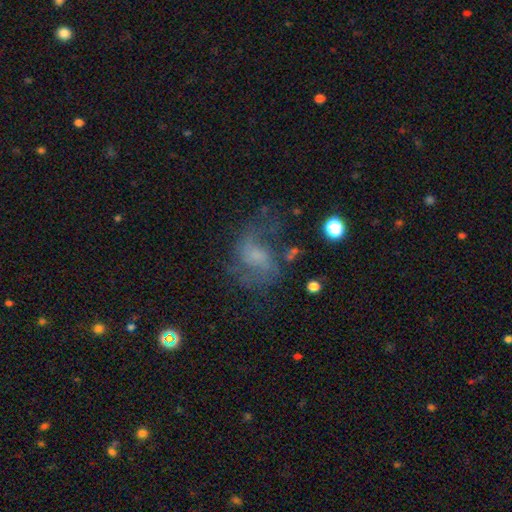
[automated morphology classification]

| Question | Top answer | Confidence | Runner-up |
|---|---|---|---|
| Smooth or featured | featured or disk | 57% | smooth (27%) |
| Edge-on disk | no | 97% | yes (3%) |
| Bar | no | 60% | weak (33%) |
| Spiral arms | yes | 72% | no (28%) |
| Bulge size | small | 35% | none (32%) |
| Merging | none | 48% | major disturbance (29%) |